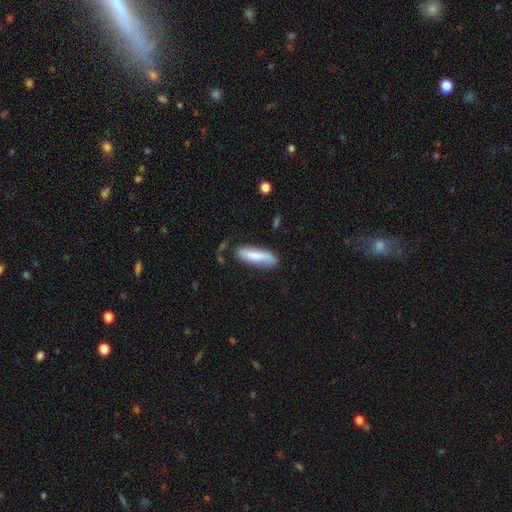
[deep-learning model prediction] Smooth or featured? smooth (75%)
How rounded? cigar-shaped (56%)
Merging? none (66%)